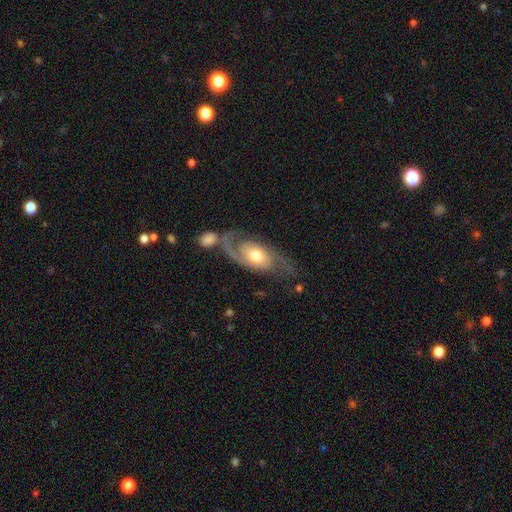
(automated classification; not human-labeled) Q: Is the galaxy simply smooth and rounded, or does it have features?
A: featured or disk — 79%.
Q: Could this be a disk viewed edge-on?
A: no — 94%.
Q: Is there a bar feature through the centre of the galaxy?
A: no — 73%.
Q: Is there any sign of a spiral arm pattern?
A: yes — 92%.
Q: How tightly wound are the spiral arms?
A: medium — 43%.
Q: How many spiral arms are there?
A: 2 — 81%.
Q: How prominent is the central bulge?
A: moderate — 69%.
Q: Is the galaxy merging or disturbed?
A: none — 50%.